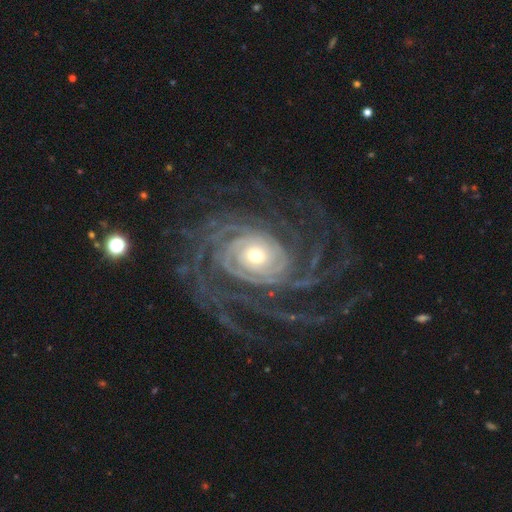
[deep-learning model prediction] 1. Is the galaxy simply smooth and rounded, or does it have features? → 92% featured or disk, 5% star or artifact, 3% smooth.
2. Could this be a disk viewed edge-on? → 97% no, 3% yes.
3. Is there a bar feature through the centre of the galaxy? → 72% no, 17% weak, 11% strong.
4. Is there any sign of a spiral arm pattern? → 99% yes, 1% no.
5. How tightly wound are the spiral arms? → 75% tight, 19% medium, 6% loose.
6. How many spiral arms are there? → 35% more than 4, 19% 4, 15% can't tell, 12% 3, 11% 2, 9% 1.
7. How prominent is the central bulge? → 53% moderate, 38% small, 7% large, 1% dominant, 1% none.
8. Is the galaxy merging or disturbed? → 70% none, 16% major disturbance, 13% minor disturbance, 2% merger.